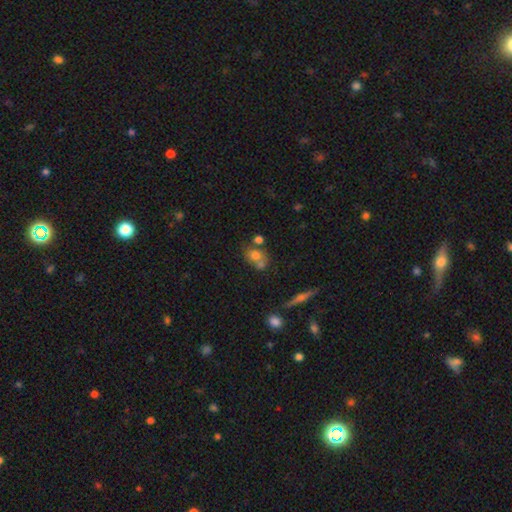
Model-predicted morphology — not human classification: A smooth galaxy with no disk features (69%) that is round (51%). Merging: merger (42%).